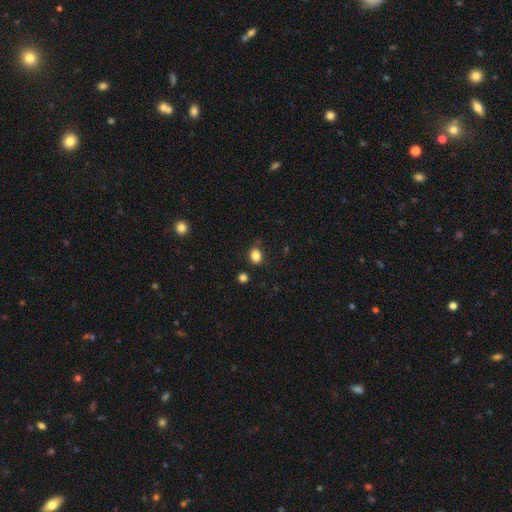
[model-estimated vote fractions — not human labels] Smooth or featured? Predicted: smooth (p=0.84). How rounded? Predicted: round (p=0.52). Merging? Predicted: none (p=0.83).